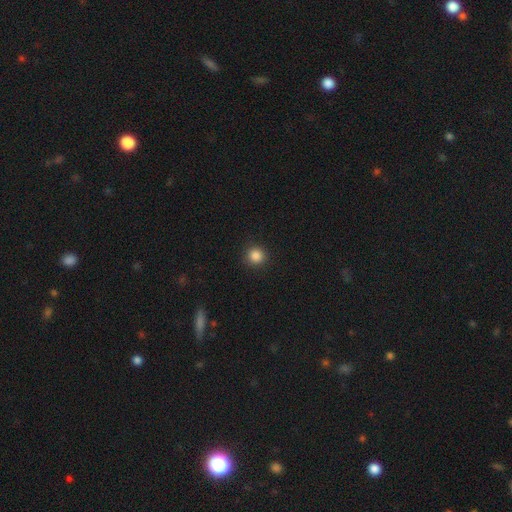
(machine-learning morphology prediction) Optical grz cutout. It shows a smooth galaxy with no disk features (86%) that is round (94%). Merging: none (91%).